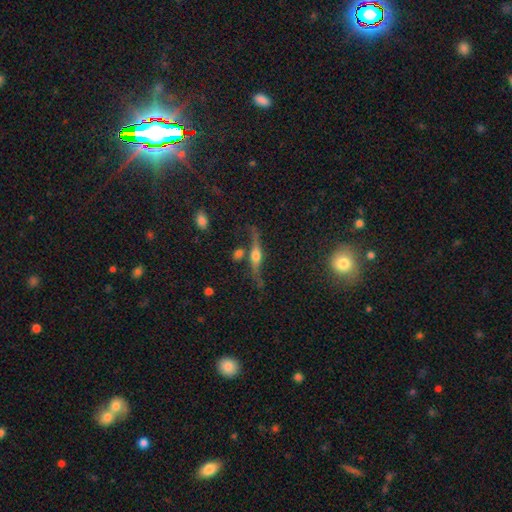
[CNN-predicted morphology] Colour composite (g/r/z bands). It shows a featured or disk galaxy (73%) viewed edge-on (81%) with a rounded central bulge (91%). Merging: none (60%).